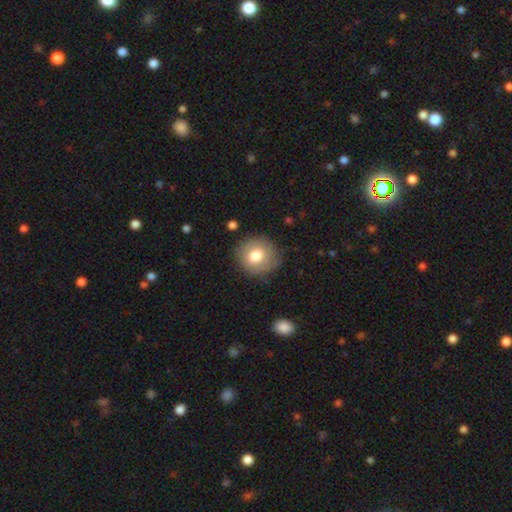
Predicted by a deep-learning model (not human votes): Q: Smooth or featured?
A: smooth (76%); runner-up: featured or disk (16%)
Q: How rounded?
A: round (88%); runner-up: in between (11%)
Q: Merging?
A: none (83%); runner-up: minor disturbance (12%)